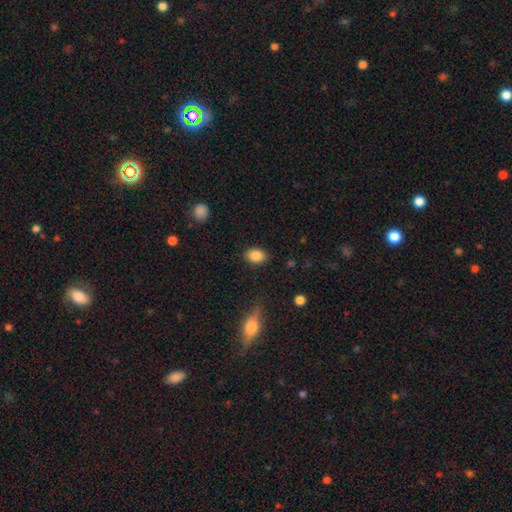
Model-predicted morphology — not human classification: smooth_or_featured: smooth (p=0.86) [alt: star or artifact p=0.09]
how_rounded: in between (p=0.75) [alt: round p=0.24]
merging: none (p=0.85) [alt: minor disturbance p=0.10]